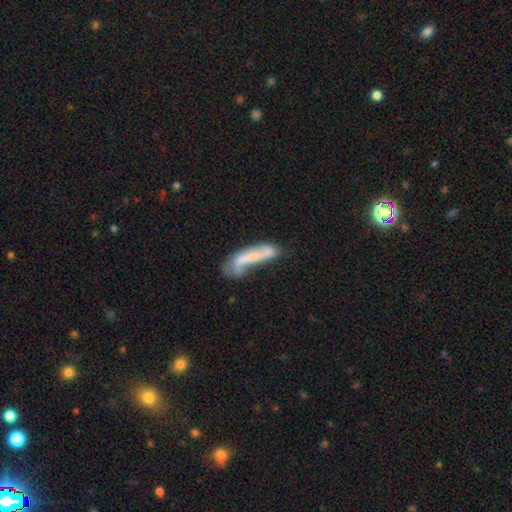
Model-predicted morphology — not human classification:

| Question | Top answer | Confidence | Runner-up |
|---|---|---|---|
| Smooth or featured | smooth | 49% | featured or disk (42%) |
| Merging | major disturbance | 29% | none (28%) |